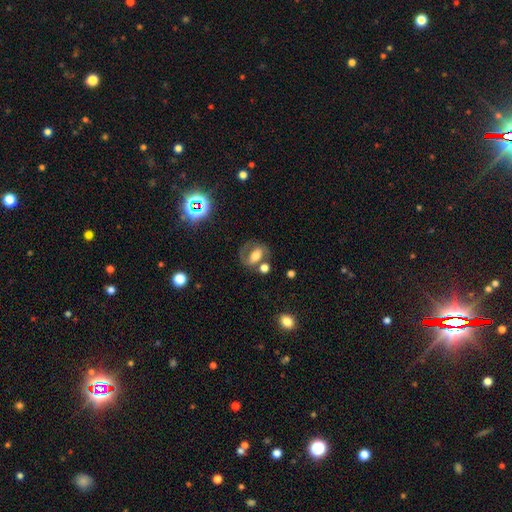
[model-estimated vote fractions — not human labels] Smooth or featured: featured or disk — 54% (smooth — 34%)
Edge-on disk: no — 94% (yes — 6%)
Bar: no — 35% (strong — 34%)
Spiral arms: yes — 66% (no — 34%)
Bulge size: moderate — 53% (large — 25%)
Merging: none — 52% (minor disturbance — 18%)